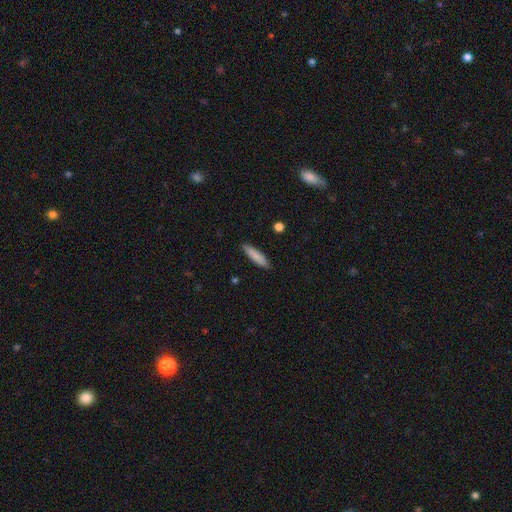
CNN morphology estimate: Smooth or featured? smooth (85%)
How rounded? cigar-shaped (79%)
Merging? none (89%)